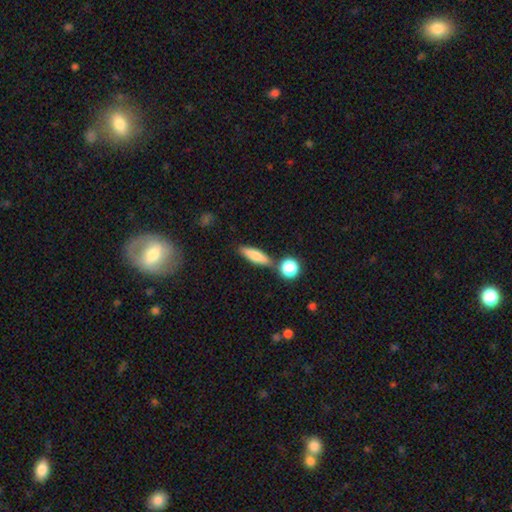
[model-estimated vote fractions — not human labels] Morphology: type=smooth (76%); roundness=cigar-shaped (59%); merging=none (74%).